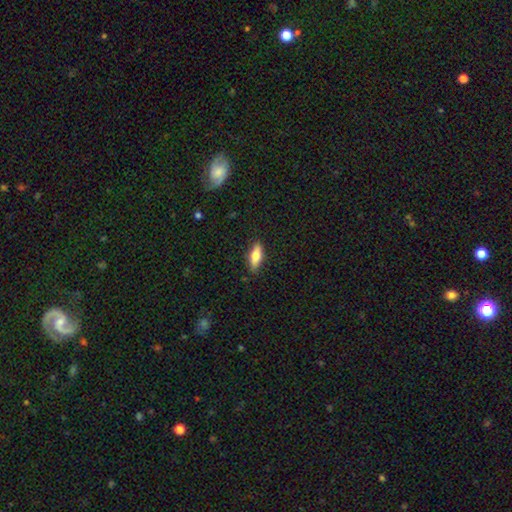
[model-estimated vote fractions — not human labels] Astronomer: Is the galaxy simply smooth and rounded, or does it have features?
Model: smooth — 74%.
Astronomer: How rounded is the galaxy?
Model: in between — 63%.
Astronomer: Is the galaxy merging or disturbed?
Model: none — 85%.